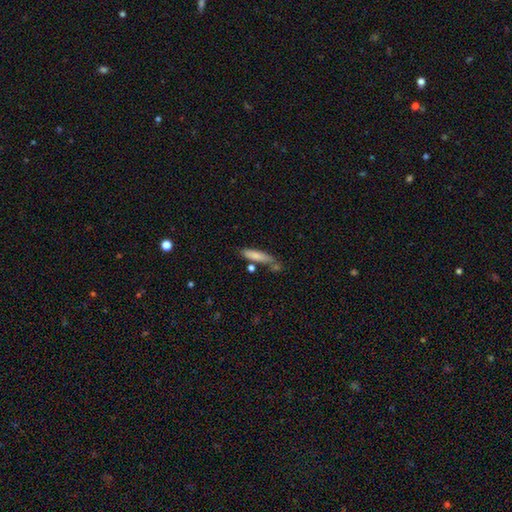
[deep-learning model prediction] This appears to be a smooth galaxy with no disk features (77%) that is cigar-shaped (78%). Merging: none (61%).